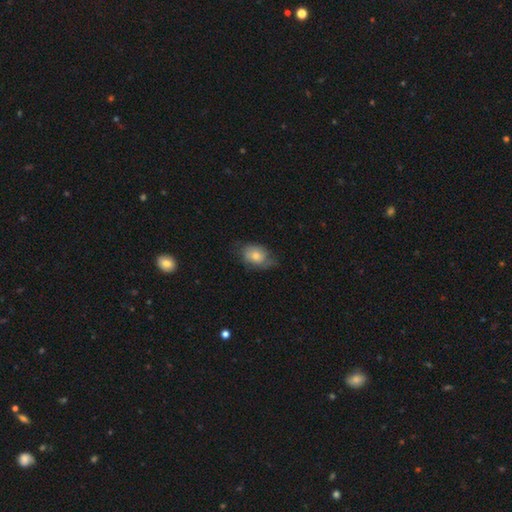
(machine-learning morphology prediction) This appears to be a smooth galaxy with no disk features (72%) that is in between round and cigar-shaped (78%). Merging: none (55%).